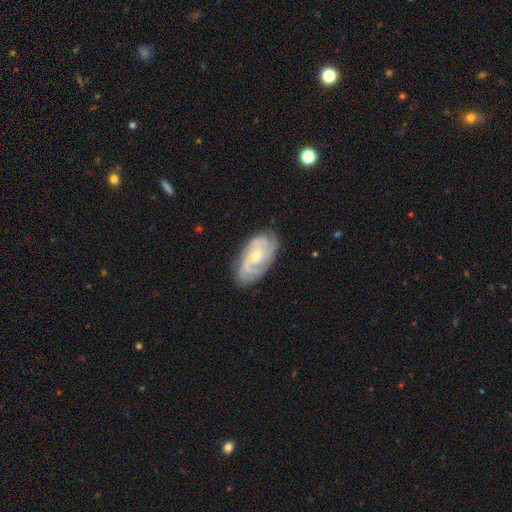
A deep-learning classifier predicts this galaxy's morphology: smooth-or-featured: featured or disk: 81% | smooth: 13% | star or artifact: 5%
  disk-edge-on: no: 96% | yes: 4%
    bar: no: 65% | weak: 30% | strong: 5%
    has-spiral-arms: yes: 95% | no: 5%
      spiral-winding: tight: 54% | medium: 37% | loose: 9%
      spiral-arm-count: 2: 32% | 3: 29% | can't tell: 23% | 4: 7% | 1: 4% | more than 4: 4%
    bulge-size: small: 52% | moderate: 44% | large: 2% | none: 2% | dominant: 1%
  merging: none: 76% | minor disturbance: 18% | major disturbance: 5% | merger: 1%